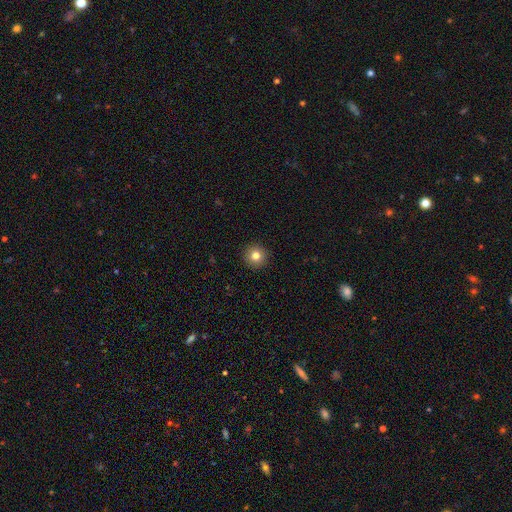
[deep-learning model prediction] This is clearly a smooth galaxy (81%). How rounded: clearly round (95%). Merging: clearly none (93%).